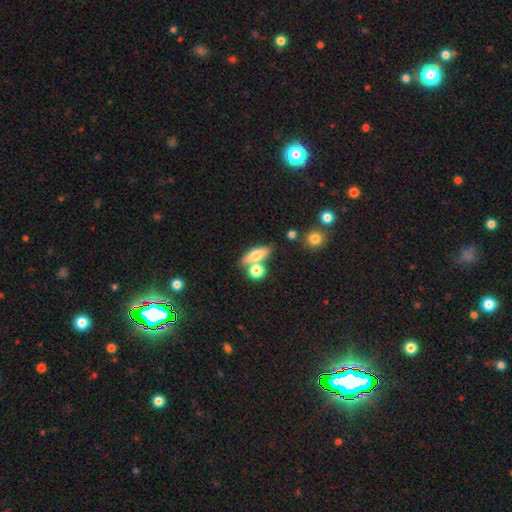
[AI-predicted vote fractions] smooth 69%, featured or disk 21%, star or artifact 9%. Down the decision tree: how rounded — in between (53%); merging — none (56%).